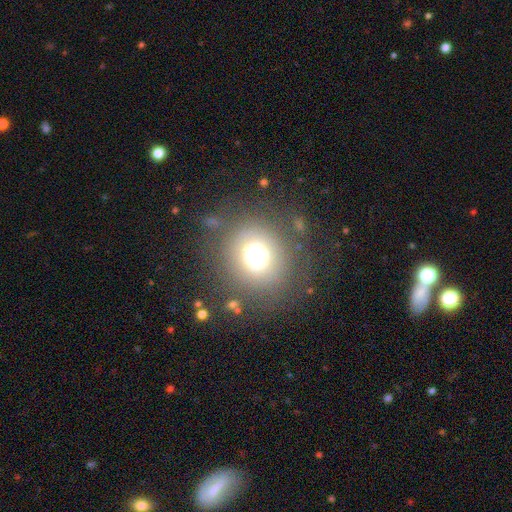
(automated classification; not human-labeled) This is likely a smooth galaxy (69%). How rounded: clearly round (87%). Merging: likely none (77%).